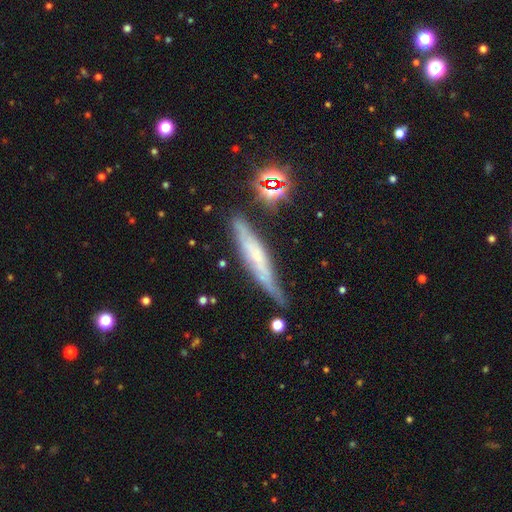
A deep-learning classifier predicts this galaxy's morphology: Smooth or featured?
  - featured or disk: 56% *
  - smooth: 33%
  - star or artifact: 11%
Edge-on disk?
  - yes: 83% *
  - no: 17%
Merging?
  - none: 65% *
  - minor disturbance: 25%
  - major disturbance: 6%
  - merger: 4%